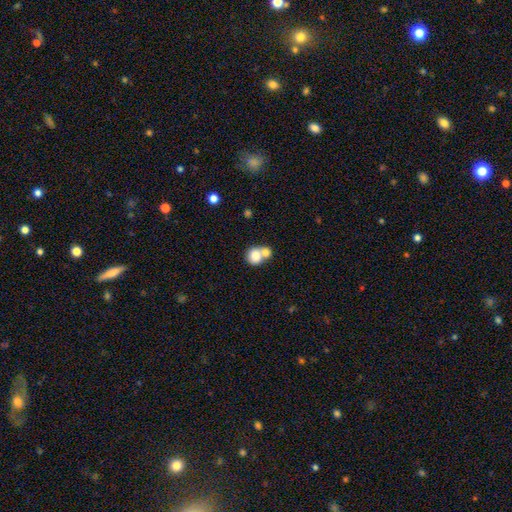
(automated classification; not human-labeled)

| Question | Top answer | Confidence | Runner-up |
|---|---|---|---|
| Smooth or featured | smooth | 79% | featured or disk (13%) |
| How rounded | round | 74% | in between (25%) |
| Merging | merger | 61% | none (29%) |